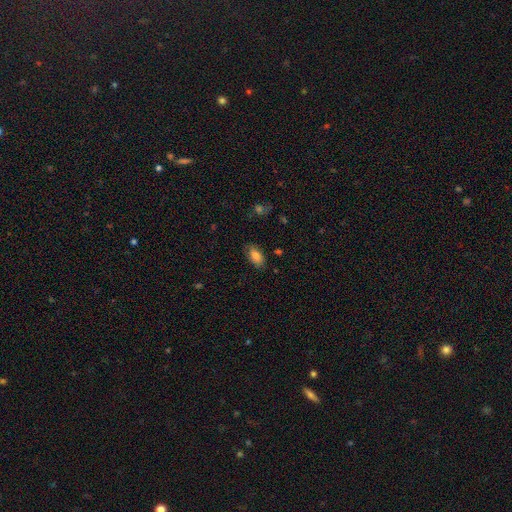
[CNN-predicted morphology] Smooth or featured?
  - smooth: 80% *
  - featured or disk: 11%
  - star or artifact: 8%
How rounded?
  - in between: 92% *
  - round: 5%
  - cigar-shaped: 4%
Merging?
  - none: 80% *
  - minor disturbance: 15%
  - major disturbance: 3%
  - merger: 1%